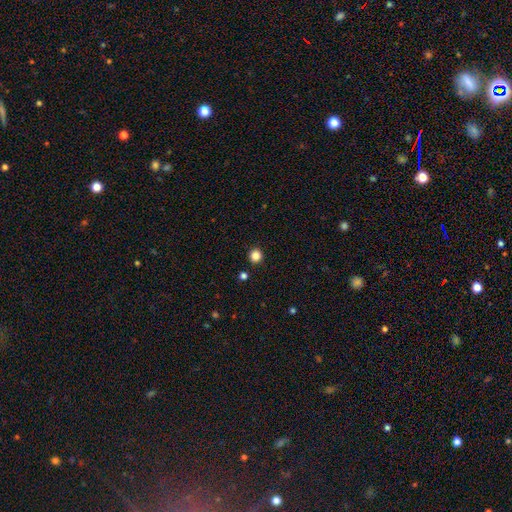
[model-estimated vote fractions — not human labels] This appears to be a smooth galaxy with no disk features (84%) that is round (94%). Merging: none (92%).